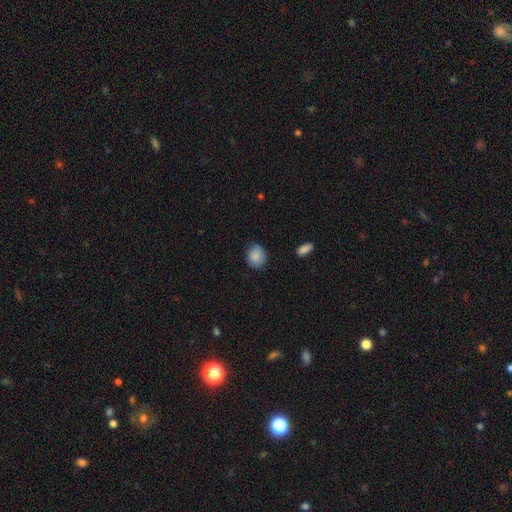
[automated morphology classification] This appears to be a smooth galaxy with no disk features (86%) that is round (60%). Merging: none (76%).